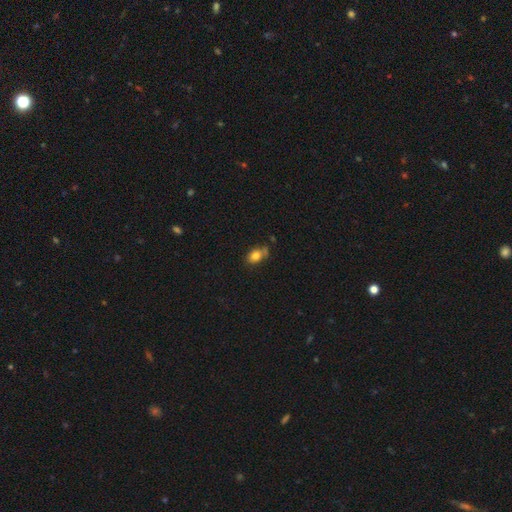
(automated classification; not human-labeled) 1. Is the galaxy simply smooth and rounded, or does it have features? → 81% smooth, 10% star or artifact, 9% featured or disk.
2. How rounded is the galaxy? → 74% in between, 24% round, 2% cigar-shaped.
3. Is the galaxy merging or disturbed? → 60% none, 22% minor disturbance, 12% merger, 6% major disturbance.